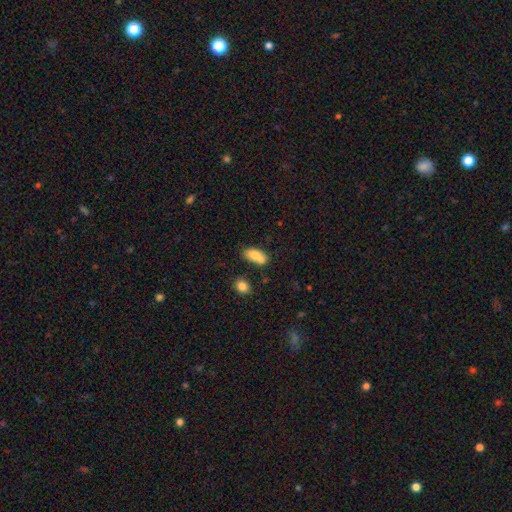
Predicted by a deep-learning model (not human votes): Smooth or featured: smooth — 77% (featured or disk — 15%)
How rounded: in between — 84% (cigar-shaped — 8%)
Merging: merger — 41% (none — 39%)